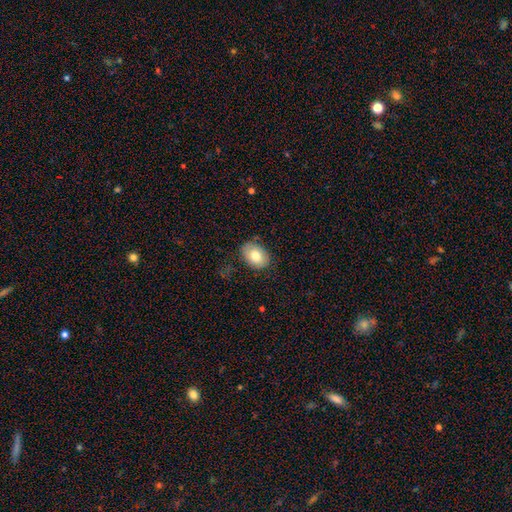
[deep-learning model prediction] Smooth or featured: smooth — 78% (featured or disk — 14%)
How rounded: in between — 78% (round — 21%)
Merging: none — 80% (minor disturbance — 15%)